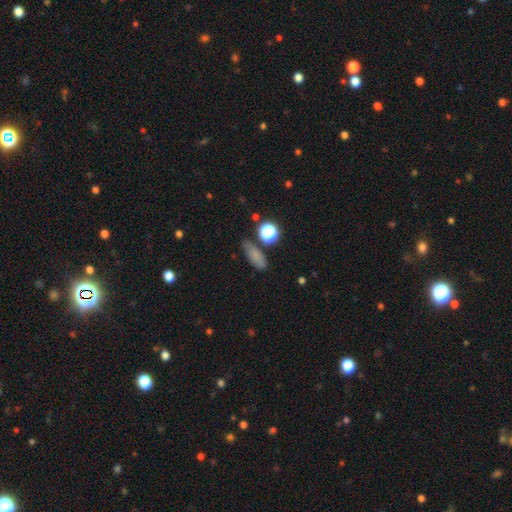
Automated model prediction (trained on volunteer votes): Smooth or featured?
  - smooth: 72% *
  - star or artifact: 18%
  - featured or disk: 10%
How rounded?
  - in between: 60% *
  - cigar-shaped: 26%
  - round: 14%
Merging?
  - none: 69% *
  - minor disturbance: 19%
  - merger: 6%
  - major disturbance: 6%